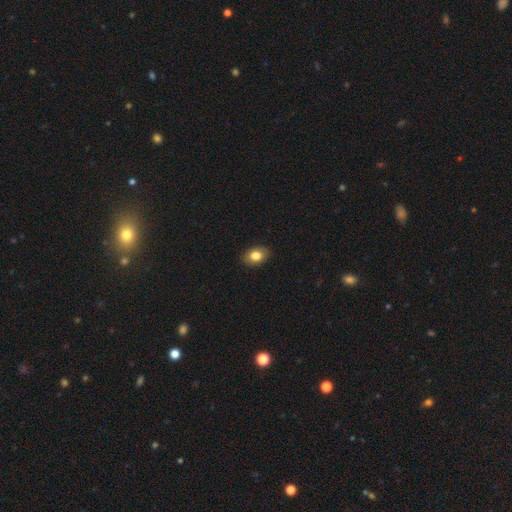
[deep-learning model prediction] Smooth or featured: smooth — 83% (star or artifact — 9%)
How rounded: in between — 76% (round — 23%)
Merging: none — 89% (minor disturbance — 9%)